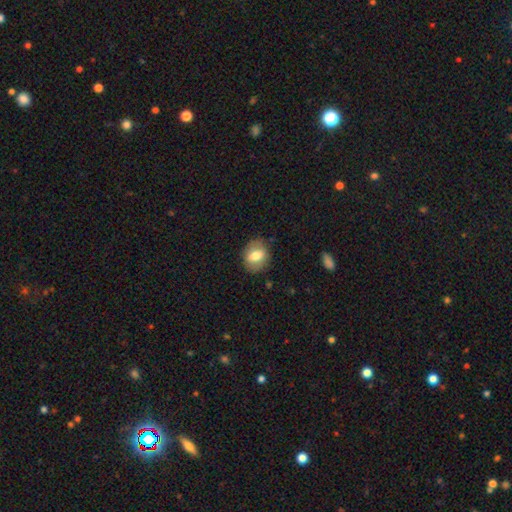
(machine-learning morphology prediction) This is likely a smooth galaxy (65%). How rounded: possibly round (53%). Merging: clearly none (82%).